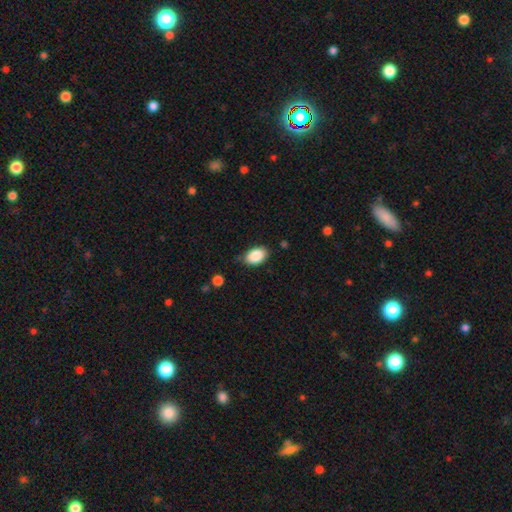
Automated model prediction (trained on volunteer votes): Overall: smooth (88%). How rounded: in between (91%). Merging: none (76%).